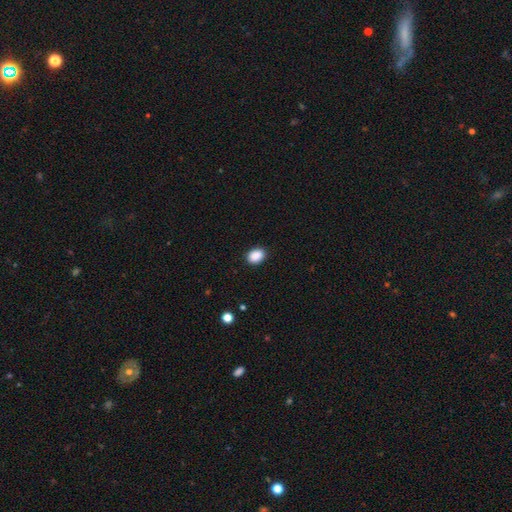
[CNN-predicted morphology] type=smooth (89%); roundness=in between (71%); merging=none (89%).